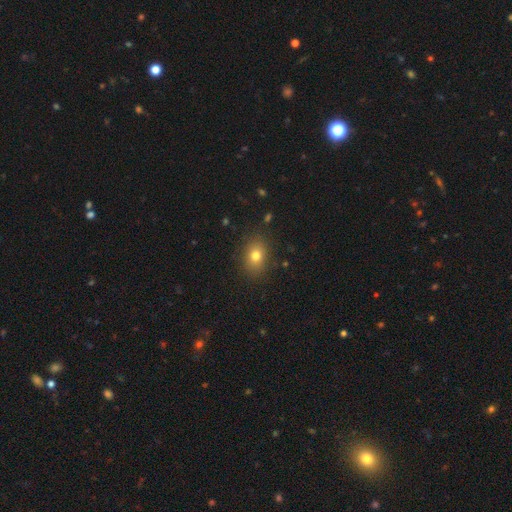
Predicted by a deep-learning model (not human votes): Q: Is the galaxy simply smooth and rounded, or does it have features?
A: smooth — 77%.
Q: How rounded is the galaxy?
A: in between — 66%.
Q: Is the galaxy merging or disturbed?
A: none — 86%.